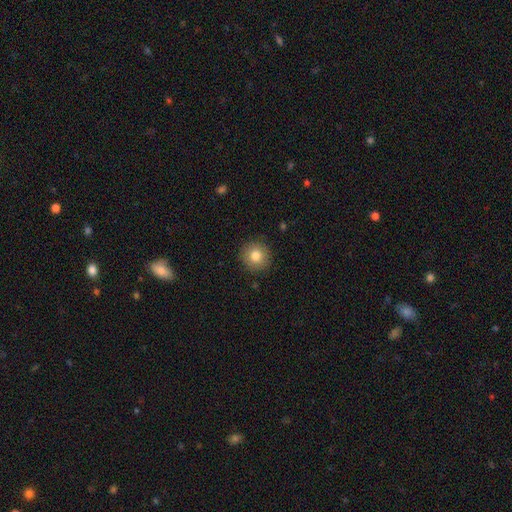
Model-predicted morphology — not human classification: smooth 81%, star or artifact 10%, featured or disk 9%. Down the decision tree: how rounded — round (94%); merging — none (91%).